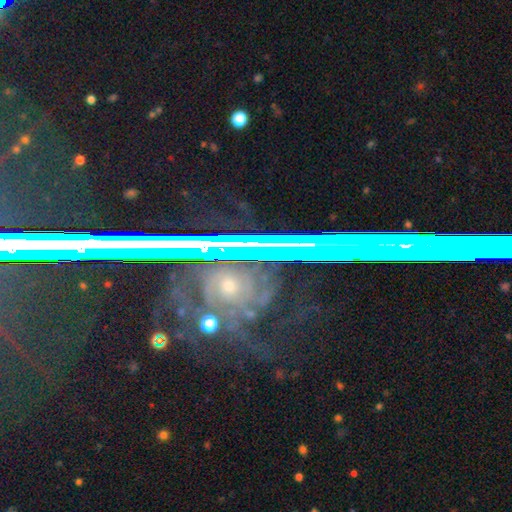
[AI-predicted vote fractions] A star or artifact, not a galaxy (57%).

Vote fractions:
- Smooth or featured? star or artifact: 57% / featured or disk: 29% / smooth: 14%